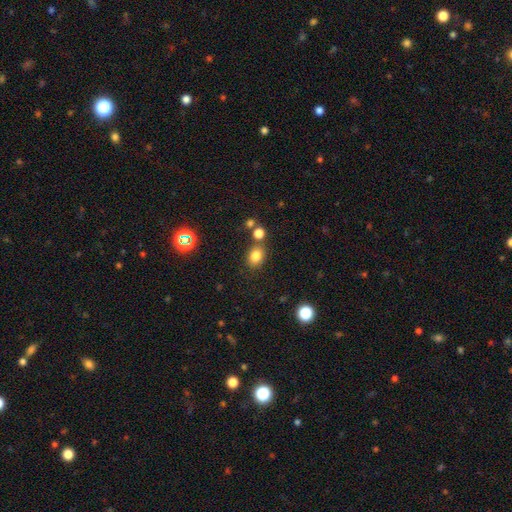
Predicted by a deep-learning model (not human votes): A smooth galaxy with no disk features (81%) that is in between round and cigar-shaped (53%). Merging: none (73%).